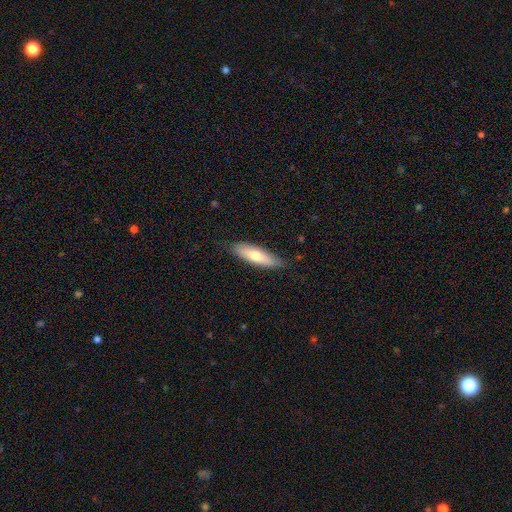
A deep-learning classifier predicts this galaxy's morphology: Smooth or featured?
  - smooth: 67% *
  - featured or disk: 27%
  - star or artifact: 6%
How rounded?
  - cigar-shaped: 55% *
  - in between: 43%
  - round: 2%
Merging?
  - none: 81% *
  - minor disturbance: 15%
  - major disturbance: 2%
  - merger: 1%